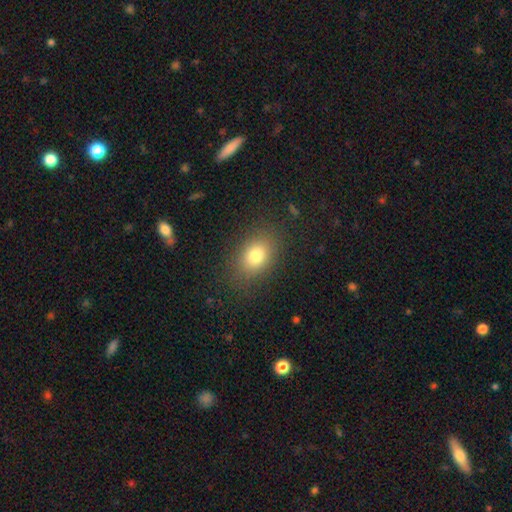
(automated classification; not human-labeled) Smooth or featured? smooth (78%)
How rounded? in between (67%)
Merging? none (83%)